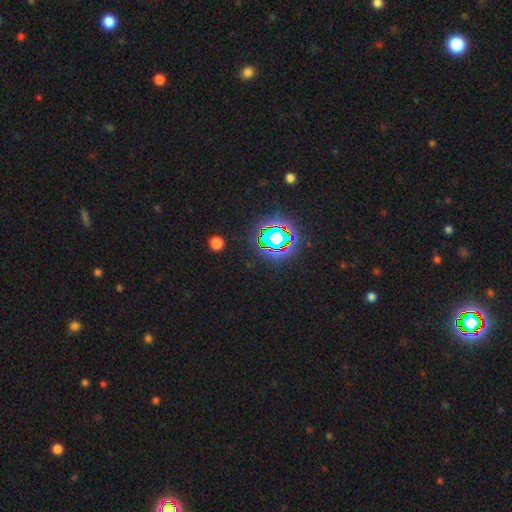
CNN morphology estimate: Smooth or featured?
  - star or artifact: 81% *
  - smooth: 12%
  - featured or disk: 7%